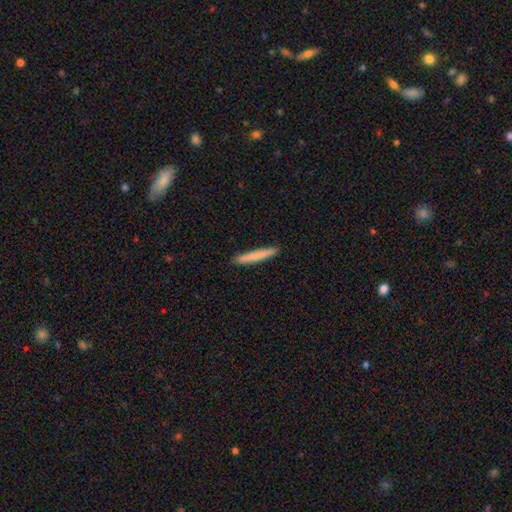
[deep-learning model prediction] smooth 77%, featured or disk 18%, star or artifact 5%. Down the decision tree: how rounded — cigar-shaped (96%); merging — none (92%).